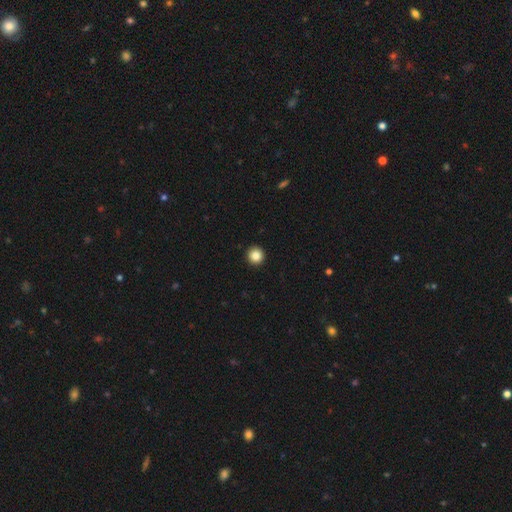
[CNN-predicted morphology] Smooth or featured: smooth — 86% (star or artifact — 10%)
How rounded: round — 96% (in between — 4%)
Merging: none — 94% (minor disturbance — 4%)